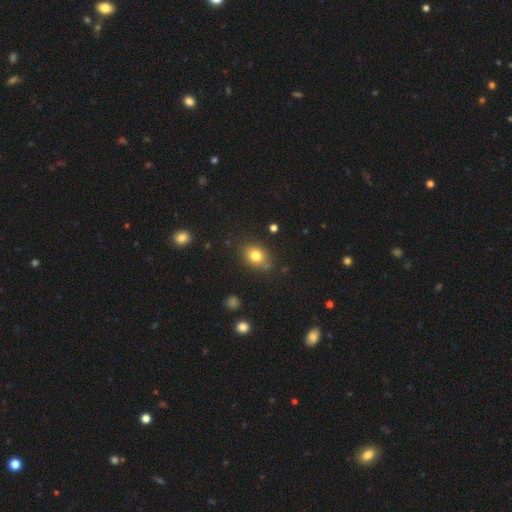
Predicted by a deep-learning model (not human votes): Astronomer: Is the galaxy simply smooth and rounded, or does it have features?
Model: smooth — 79%.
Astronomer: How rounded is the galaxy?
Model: in between — 53% (runner-up: round, 45%).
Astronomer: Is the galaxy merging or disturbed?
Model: none — 76%.